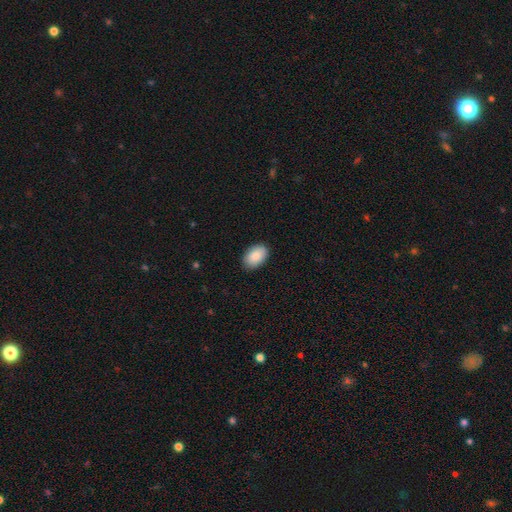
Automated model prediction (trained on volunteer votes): The model was most divided on "merging": none: 89%, minor disturbance: 8%, major disturbance: 2%, merger: 1%. More confident: how rounded — in between (92%); smooth or featured — smooth (89%).